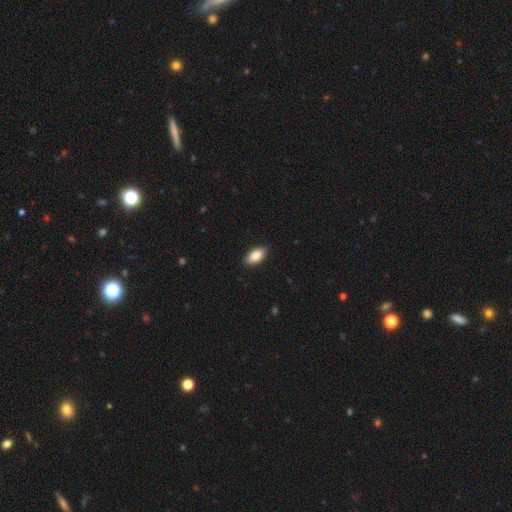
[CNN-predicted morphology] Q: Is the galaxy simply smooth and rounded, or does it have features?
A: smooth — 88%.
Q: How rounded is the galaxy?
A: in between — 93%.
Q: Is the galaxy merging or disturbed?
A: none — 88%.